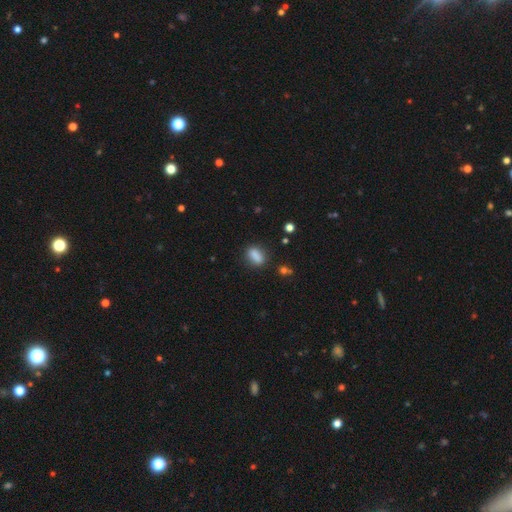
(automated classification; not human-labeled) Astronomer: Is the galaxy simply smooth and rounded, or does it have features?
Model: smooth — 85%.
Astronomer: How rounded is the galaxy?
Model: in between — 74%.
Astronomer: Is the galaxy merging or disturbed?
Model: none — 82%.